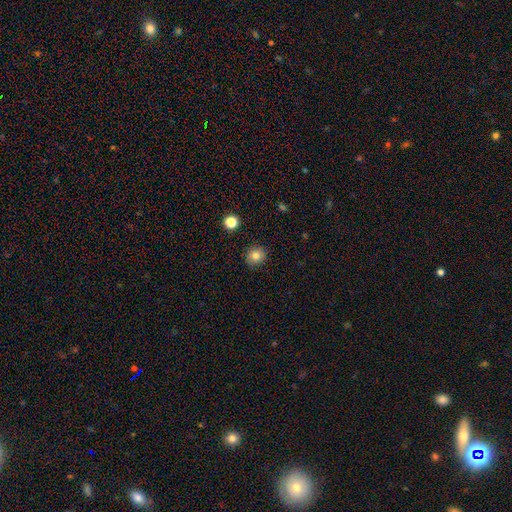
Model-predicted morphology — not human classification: This is clearly a smooth galaxy (80%). How rounded: clearly round (90%). Merging: clearly none (90%).